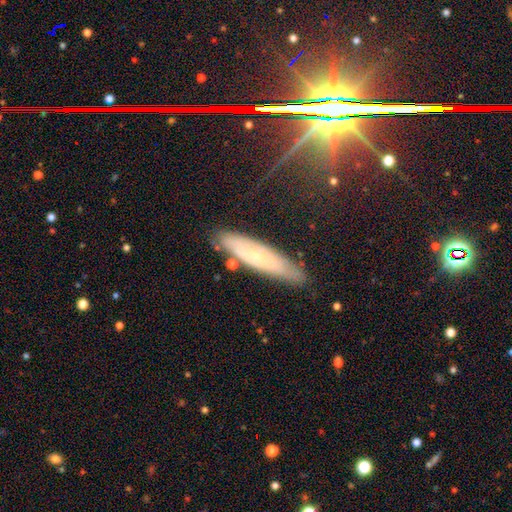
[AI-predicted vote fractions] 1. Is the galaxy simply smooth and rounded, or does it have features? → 51% smooth, 37% featured or disk, 11% star or artifact.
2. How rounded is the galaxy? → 80% cigar-shaped, 18% in between, 2% round.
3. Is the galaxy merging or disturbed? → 82% none, 13% minor disturbance, 2% major disturbance, 2% merger.